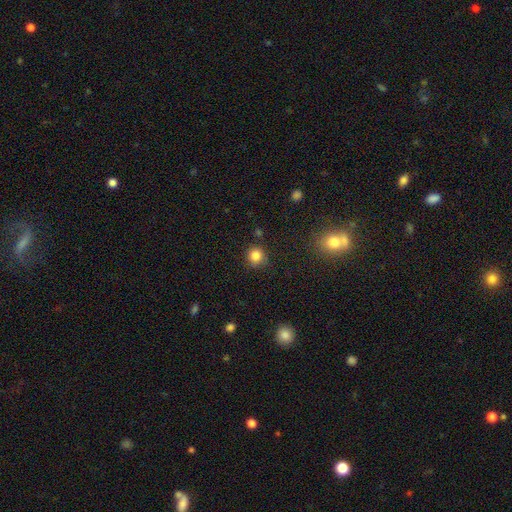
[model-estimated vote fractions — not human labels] Overall: smooth (83%). How rounded: round (89%). Merging: none (79%).